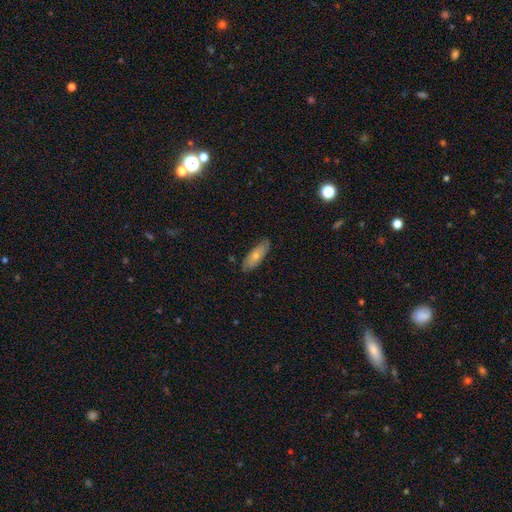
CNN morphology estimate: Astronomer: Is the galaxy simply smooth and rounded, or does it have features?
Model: smooth — 63%.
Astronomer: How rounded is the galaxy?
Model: in between — 71%.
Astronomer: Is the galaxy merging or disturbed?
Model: none — 79%.